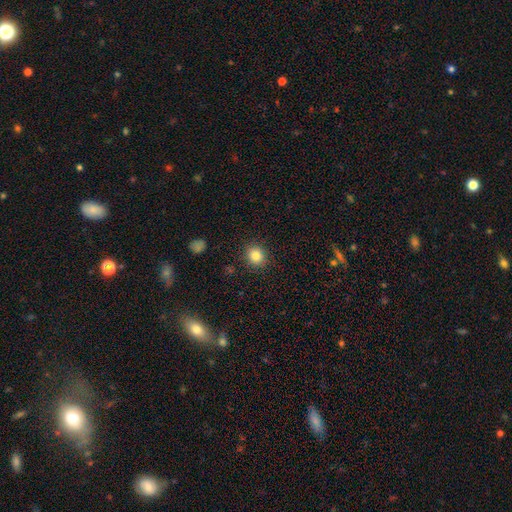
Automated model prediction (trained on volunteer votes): Smooth or featured? Predicted: smooth (p=0.83). How rounded? Predicted: round (p=0.75). Merging? Predicted: none (p=0.89).